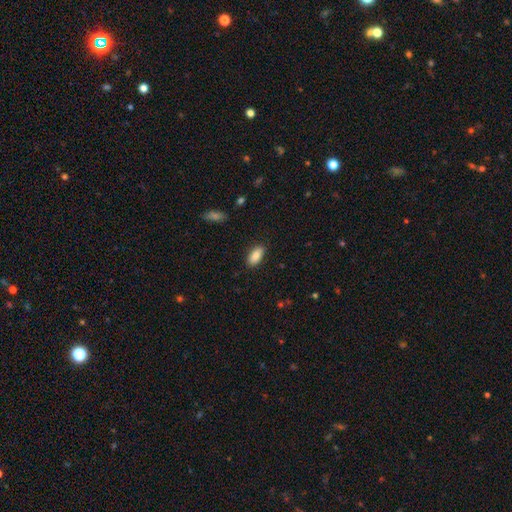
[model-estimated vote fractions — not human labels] Smooth or featured? smooth (85%)
How rounded? in between (90%)
Merging? none (87%)